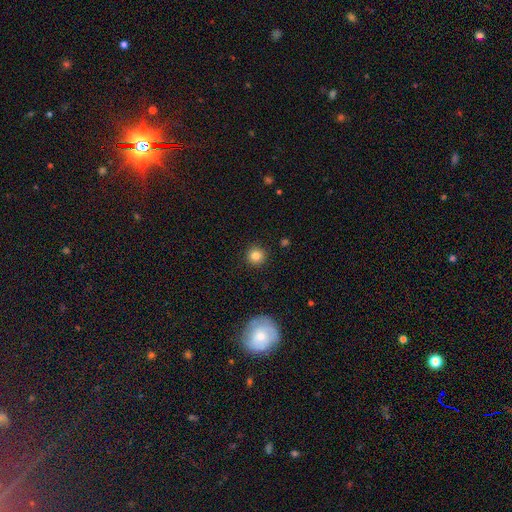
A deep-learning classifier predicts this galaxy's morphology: smooth 82%, star or artifact 11%, featured or disk 6%. Down the decision tree: how rounded — round (95%); merging — none (92%).